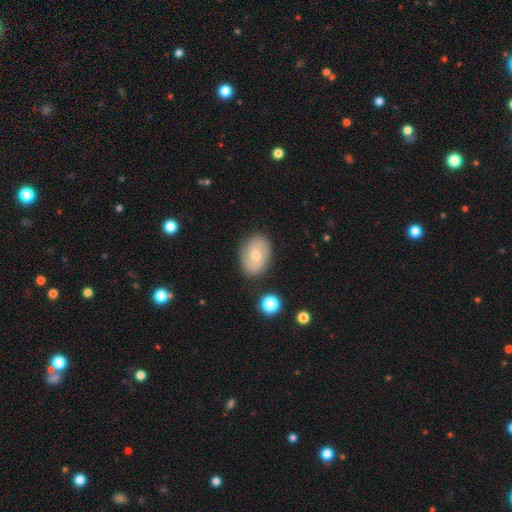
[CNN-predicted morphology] Smooth or featured: smooth — 52% (featured or disk — 40%)
How rounded: in between — 74% (round — 25%)
Merging: none — 83% (minor disturbance — 12%)